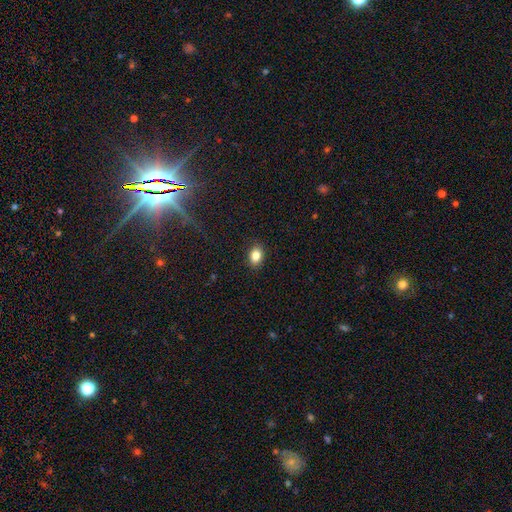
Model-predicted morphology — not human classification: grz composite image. It shows a smooth galaxy with no disk features (83%) that is in between round and cigar-shaped (73%). Merging: none (88%).